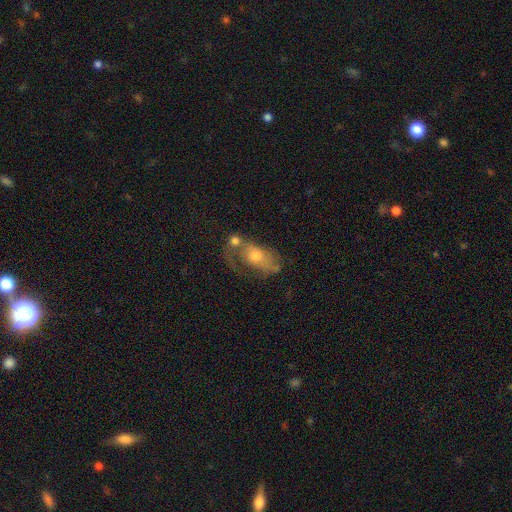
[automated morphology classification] Overall: featured or disk (46%; smooth 45%). Merging: merger (36%; major disturbance 26%).